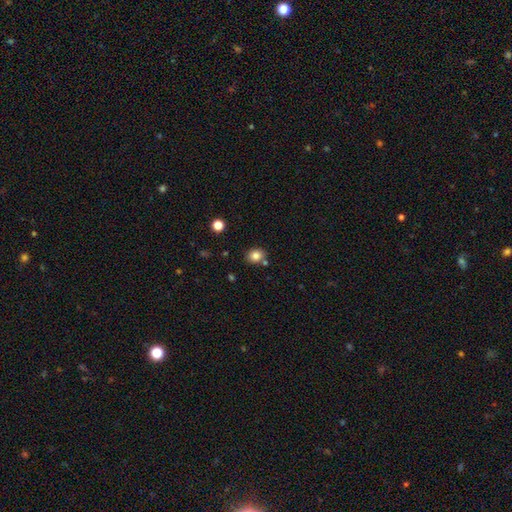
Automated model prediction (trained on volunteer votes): Smooth or featured? smooth (82%)
How rounded? round (58%)
Merging? none (76%)